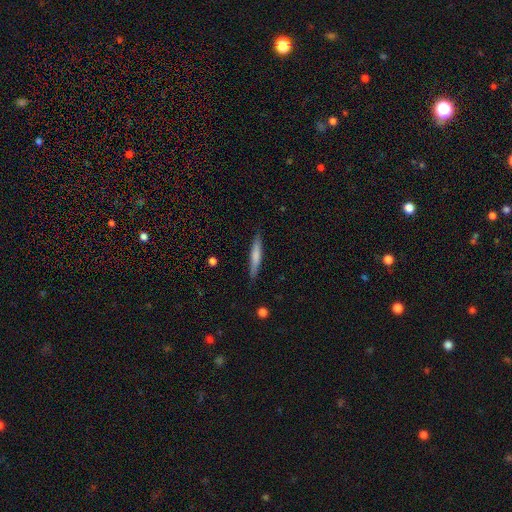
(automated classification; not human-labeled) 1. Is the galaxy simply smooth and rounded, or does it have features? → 66% smooth, 28% featured or disk, 5% star or artifact.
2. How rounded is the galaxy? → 92% cigar-shaped, 6% in between, 1% round.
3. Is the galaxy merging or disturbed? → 87% none, 10% minor disturbance, 2% major disturbance, 1% merger.